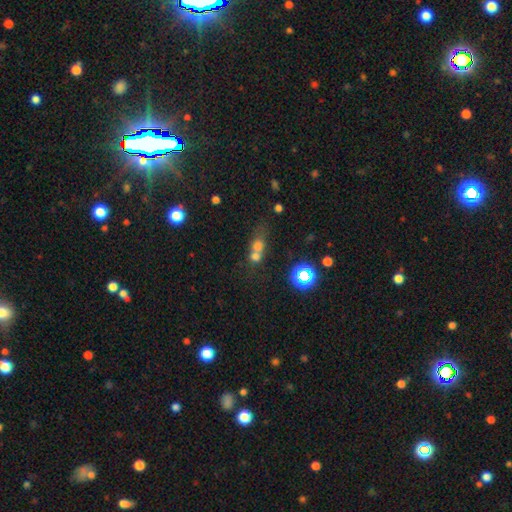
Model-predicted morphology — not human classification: smooth-or-featured: smooth: 61% | star or artifact: 22% | featured or disk: 17%
  how-rounded: round: 69% | in between: 27% | cigar-shaped: 4%
  merging: merger: 61% | none: 27% | minor disturbance: 7% | major disturbance: 5%